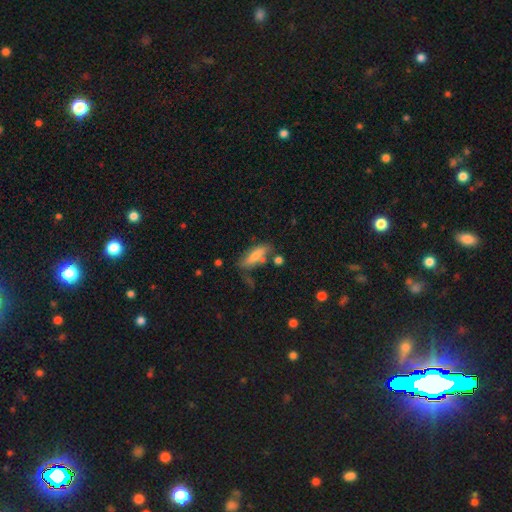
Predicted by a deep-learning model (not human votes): Smooth or featured?
  - smooth: 67% *
  - featured or disk: 25%
  - star or artifact: 7%
How rounded?
  - in between: 52% *
  - cigar-shaped: 45%
  - round: 3%
Merging?
  - none: 62% *
  - minor disturbance: 22%
  - merger: 9%
  - major disturbance: 7%